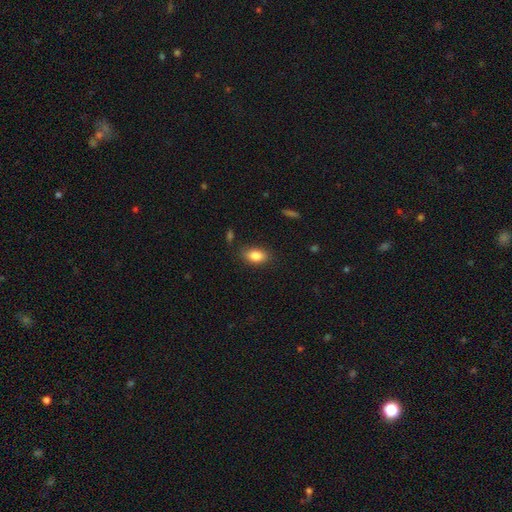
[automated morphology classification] Smooth or featured: smooth — 85% (star or artifact — 8%)
How rounded: in between — 89% (round — 8%)
Merging: none — 82% (minor disturbance — 13%)